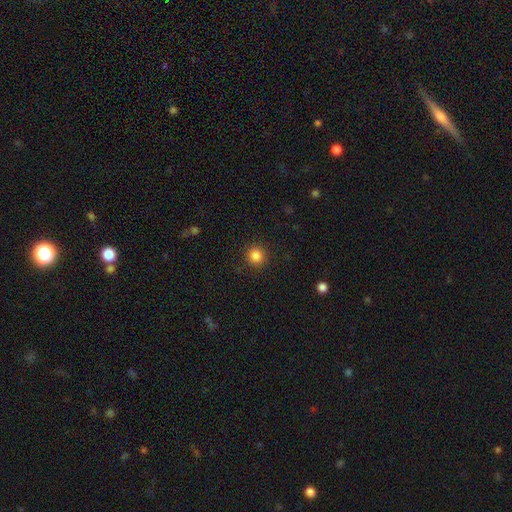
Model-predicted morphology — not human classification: smooth 85%, star or artifact 11%, featured or disk 4%. Down the decision tree: how rounded — round (93%); merging — none (91%).